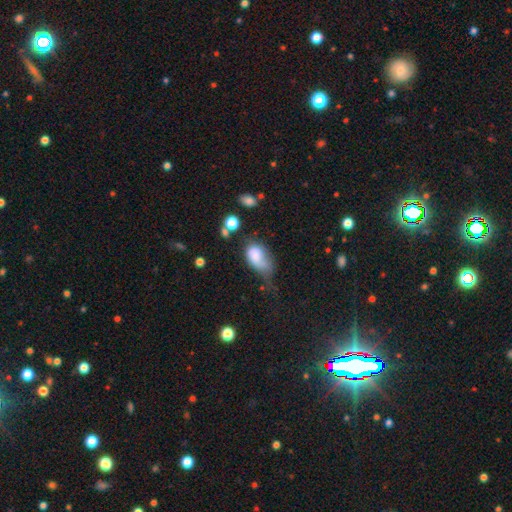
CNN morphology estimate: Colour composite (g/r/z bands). It shows a smooth galaxy with no disk features (74%) that is in between round and cigar-shaped (85%). Merging: major disturbance (39%).